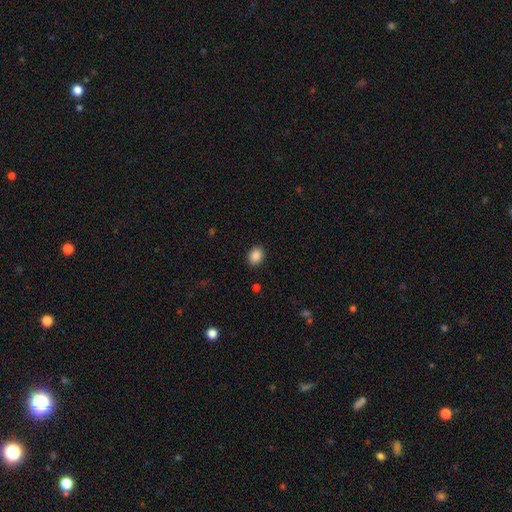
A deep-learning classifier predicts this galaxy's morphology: Smooth or featured?
  - smooth: 87% *
  - star or artifact: 9%
  - featured or disk: 4%
How rounded?
  - in between: 53% *
  - round: 46%
  - cigar-shaped: 1%
Merging?
  - none: 90% *
  - minor disturbance: 7%
  - major disturbance: 2%
  - merger: 1%